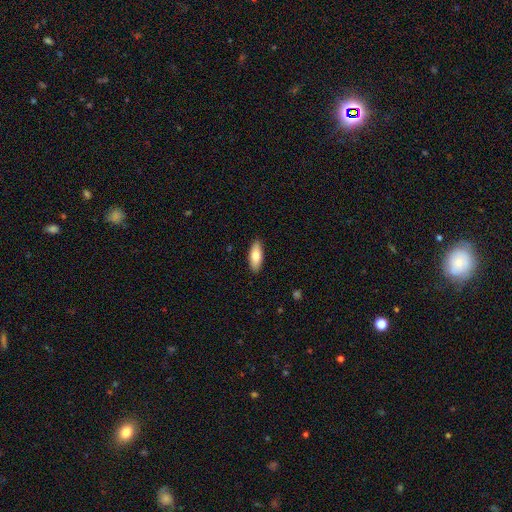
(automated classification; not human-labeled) Smooth or featured: smooth — 78% (featured or disk — 17%)
How rounded: in between — 73% (cigar-shaped — 25%)
Merging: none — 90% (minor disturbance — 8%)